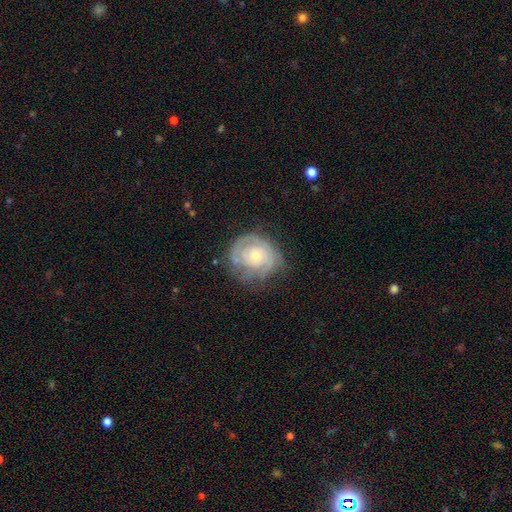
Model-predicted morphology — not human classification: Smooth or featured? Predicted: featured or disk (p=0.69). Edge-on disk? Predicted: no (p=0.97). Bar? Predicted: no (p=0.83). Spiral arms? Predicted: yes (p=0.76). Spiral winding? Predicted: tight (p=0.70). Spiral arm count? Predicted: can't tell (p=0.50). Bulge size? Predicted: small (p=0.52). Merging? Predicted: none (p=0.61).